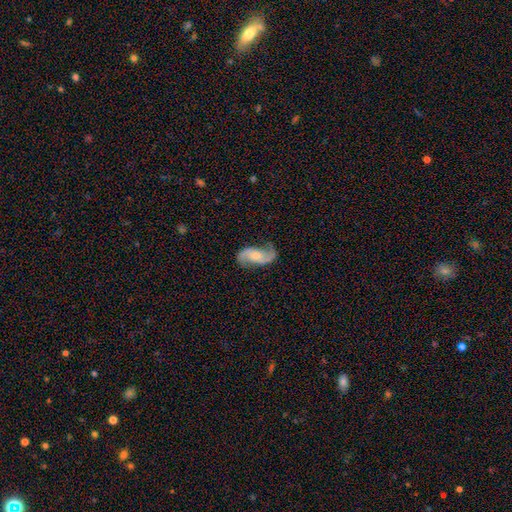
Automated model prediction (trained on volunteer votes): This is clearly a featured or disk galaxy (85%). It is clearly not viewed edge-on (97%). Bar: possibly no (55%). Spiral arm pattern: clearly yes (97%). Spiral arm count: clearly 2 (92%). Spiral winding: possibly loose (48%). Central bulge: possibly small (48%). Merging: likely none (75%).